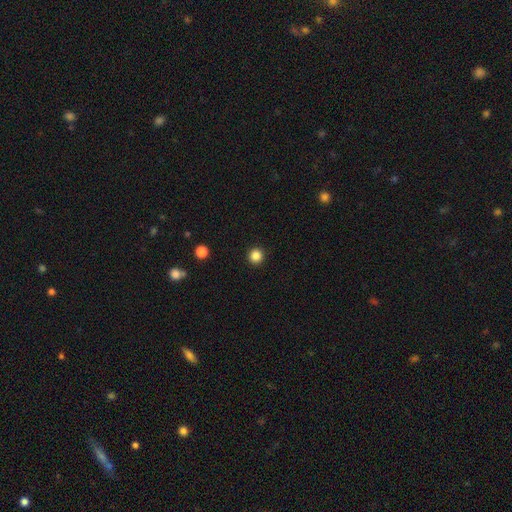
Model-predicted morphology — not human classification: Smooth or featured? Predicted: smooth (p=0.85). How rounded? Predicted: round (p=0.96). Merging? Predicted: none (p=0.93).